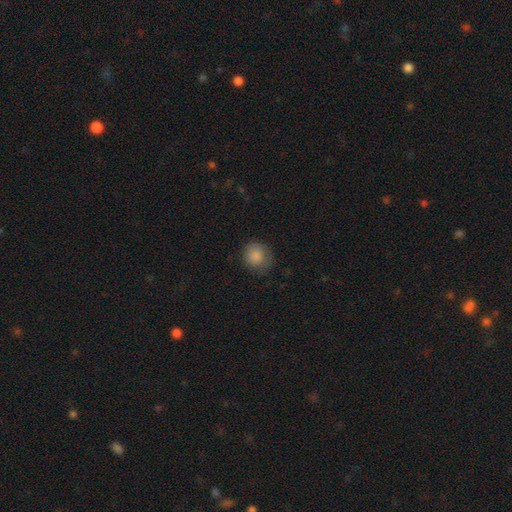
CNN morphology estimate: A smooth galaxy with no disk features (86%) that is round (83%). Merging: none (72%).